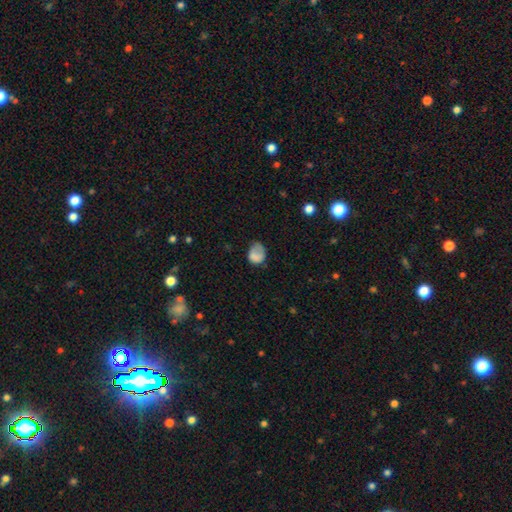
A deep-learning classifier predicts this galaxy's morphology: type=smooth (77%); roundness=in between (57%); merging=none (41%).